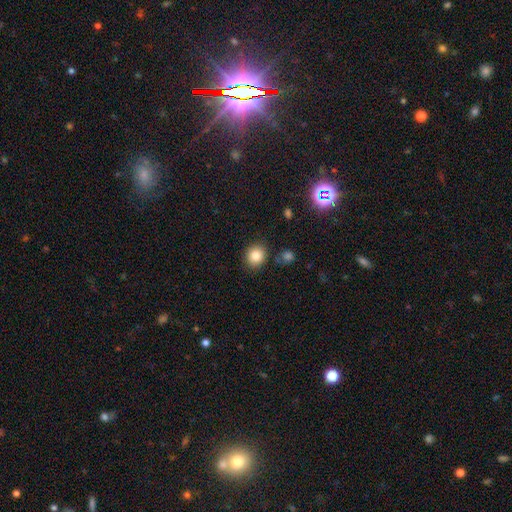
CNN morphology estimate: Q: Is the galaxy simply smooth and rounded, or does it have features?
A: smooth — 84%.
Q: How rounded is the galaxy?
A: round — 77%.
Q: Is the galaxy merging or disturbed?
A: none — 83%.